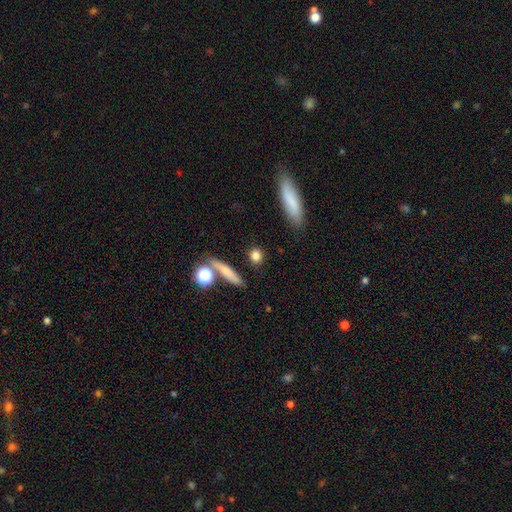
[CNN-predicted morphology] Smooth or featured? smooth (80%)
How rounded? round (55%)
Merging? none (80%)